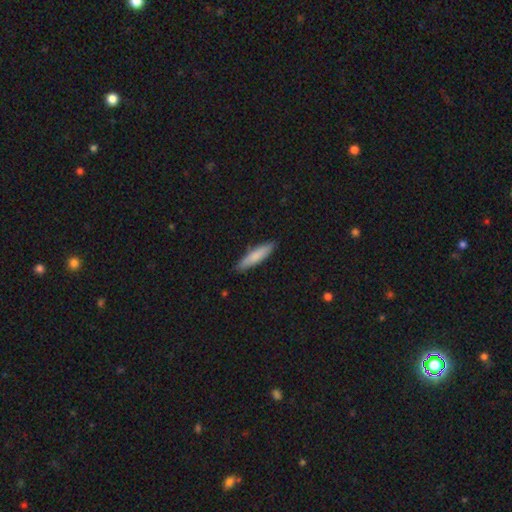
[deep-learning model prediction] Smooth or featured?
  - smooth: 80% *
  - featured or disk: 14%
  - star or artifact: 5%
How rounded?
  - cigar-shaped: 82% *
  - in between: 16%
  - round: 1%
Merging?
  - none: 88% *
  - minor disturbance: 9%
  - major disturbance: 2%
  - merger: 1%